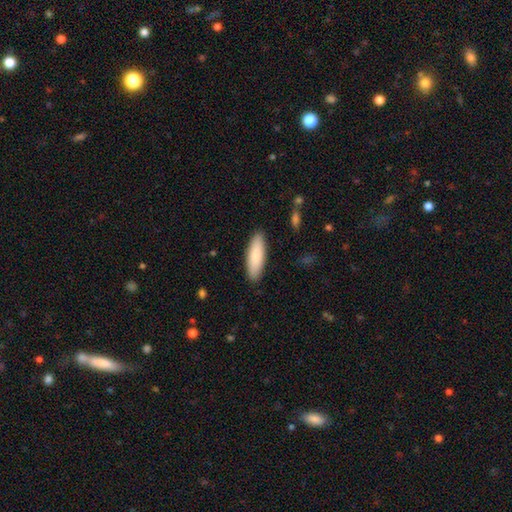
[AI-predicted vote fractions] Smooth or featured: smooth — 87% (featured or disk — 8%)
How rounded: cigar-shaped — 53% (in between — 46%)
Merging: none — 90% (minor disturbance — 8%)